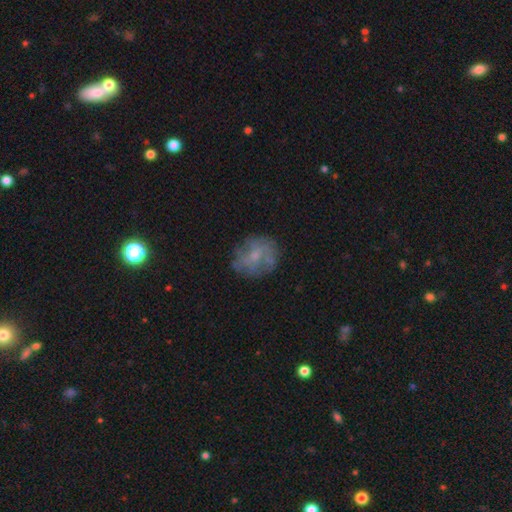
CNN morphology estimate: type=featured or disk (48%); merging=none (70%).